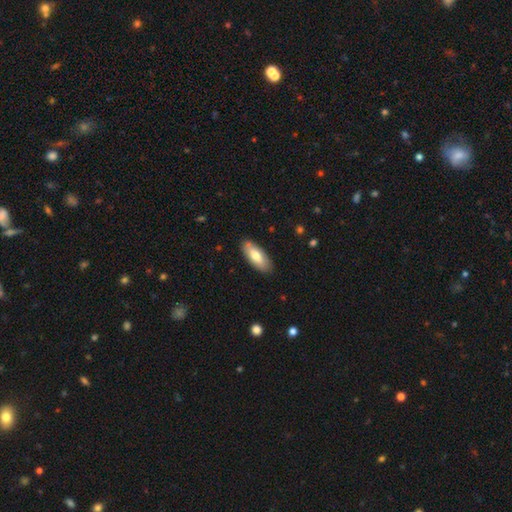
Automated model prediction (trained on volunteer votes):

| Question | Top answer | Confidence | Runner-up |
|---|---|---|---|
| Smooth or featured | smooth | 68% | featured or disk (27%) |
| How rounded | in between | 79% | cigar-shaped (20%) |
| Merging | none | 84% | minor disturbance (12%) |